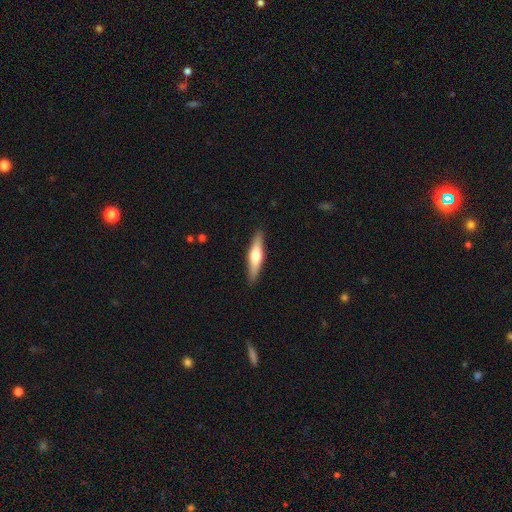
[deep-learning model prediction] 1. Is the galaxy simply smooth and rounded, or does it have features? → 48% featured or disk, 47% smooth, 5% star or artifact.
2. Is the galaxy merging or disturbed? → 90% none, 7% minor disturbance, 2% major disturbance, 1% merger.